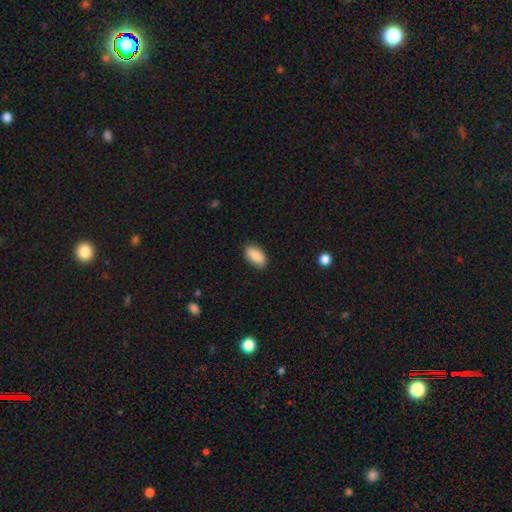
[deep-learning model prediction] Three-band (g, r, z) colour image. It shows a smooth galaxy with no disk features (89%) that is in between round and cigar-shaped (93%). Merging: none (85%).